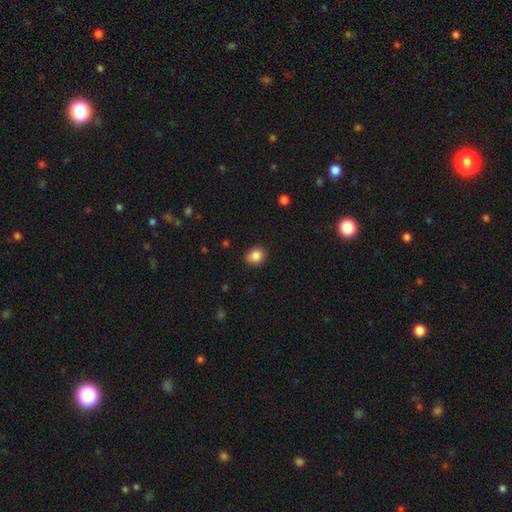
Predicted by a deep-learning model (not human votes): This is clearly a smooth galaxy (86%). How rounded: likely round (63%). Merging: clearly none (86%).